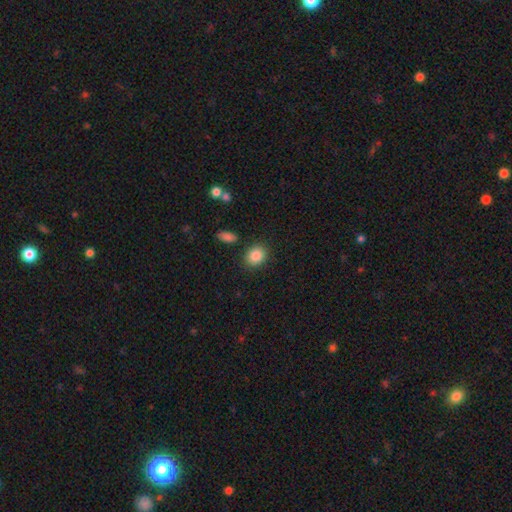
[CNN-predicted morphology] Smooth or featured? Predicted: smooth (p=0.87). How rounded? Predicted: round (p=0.50). Merging? Predicted: none (p=0.84).